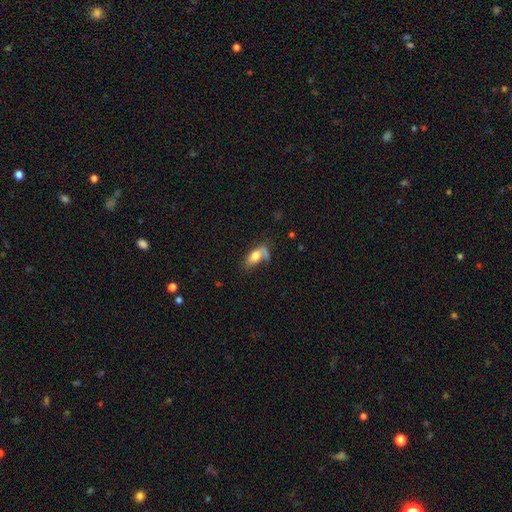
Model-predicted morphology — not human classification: A smooth galaxy with no disk features (70%) that is in between round and cigar-shaped (83%). Merging: none (43%).